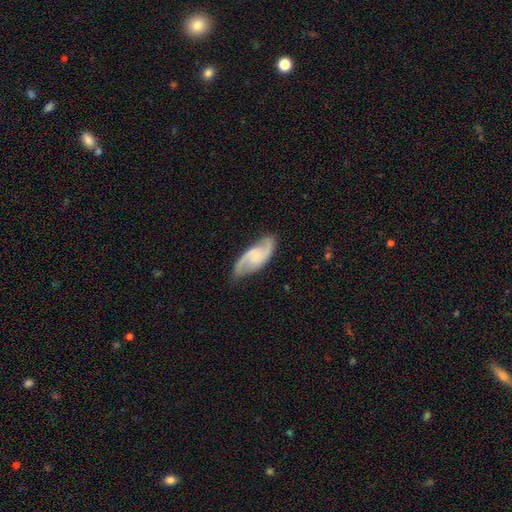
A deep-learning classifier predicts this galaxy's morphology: A featured or disk galaxy (82%) with no bar (54%), 2 (92%) medium (49%) spiral arms (97%) and a small central bulge (50%). Merging: none (79%).